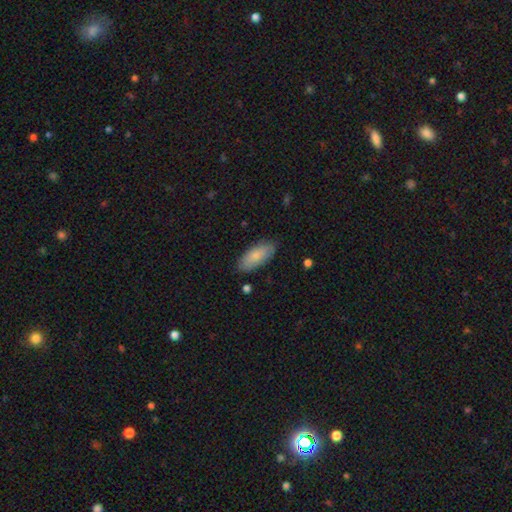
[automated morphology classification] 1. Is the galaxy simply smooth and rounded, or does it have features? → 83% smooth, 12% featured or disk, 6% star or artifact.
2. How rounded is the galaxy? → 84% in between, 14% cigar-shaped, 2% round.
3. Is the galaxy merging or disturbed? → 82% none, 14% minor disturbance, 3% major disturbance, 1% merger.